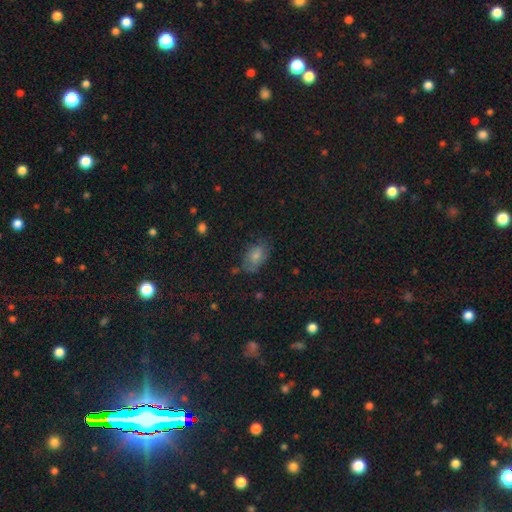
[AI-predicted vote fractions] A smooth galaxy with no disk features (75%) that is in between round and cigar-shaped (88%). Merging: none (66%).